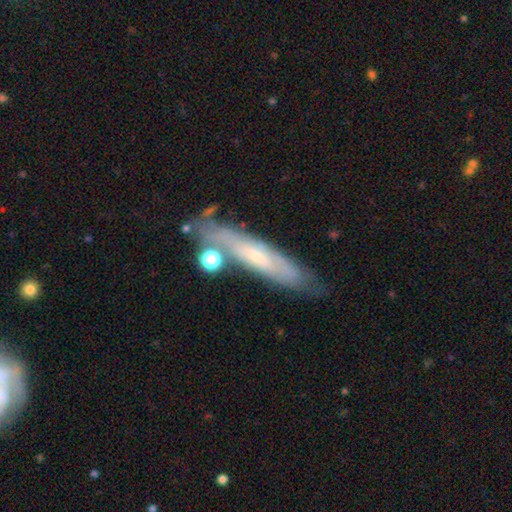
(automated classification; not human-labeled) Morphology: type=featured or disk (58%); edge-on=yes (53%); merging=none (67%).